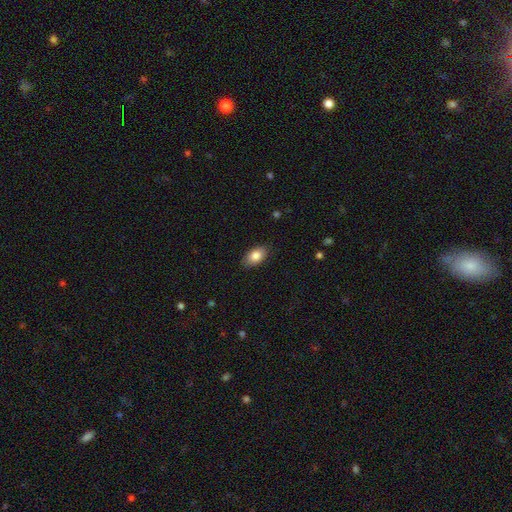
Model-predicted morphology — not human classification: A smooth galaxy with no disk features (84%) that is in between round and cigar-shaped (91%). Merging: none (85%).